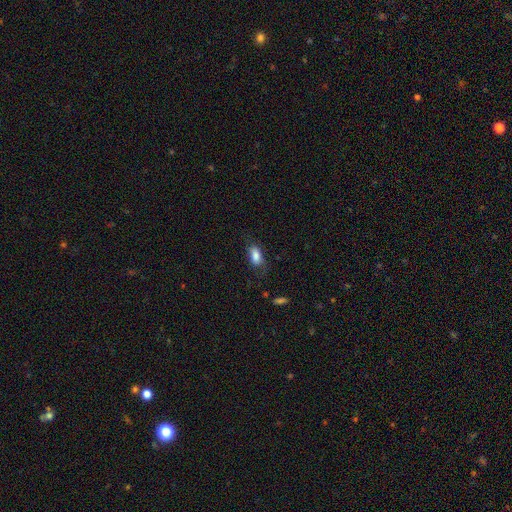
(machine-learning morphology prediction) smooth 83%, featured or disk 9%, star or artifact 8%. Down the decision tree: how rounded — in between (88%); merging — none (63%).